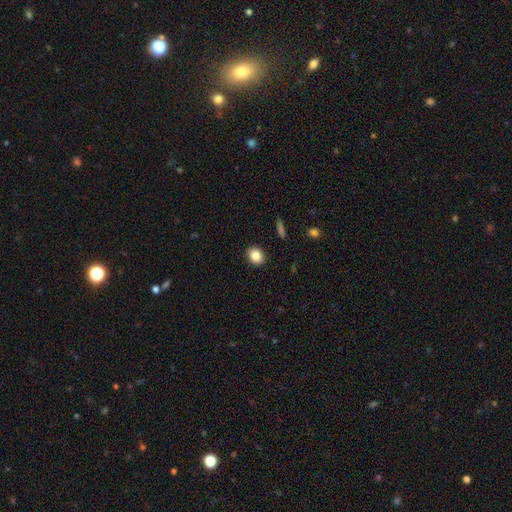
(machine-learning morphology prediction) Q: Smooth or featured?
A: smooth (85%); runner-up: star or artifact (9%)
Q: How rounded?
A: round (52%); runner-up: in between (46%)
Q: Merging?
A: none (90%); runner-up: minor disturbance (7%)